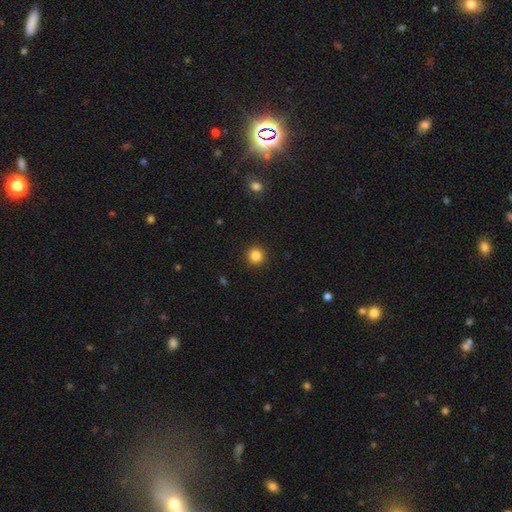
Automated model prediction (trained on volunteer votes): smooth_or_featured: smooth (p=0.84) [alt: star or artifact p=0.12]
how_rounded: round (p=0.95) [alt: in between p=0.04]
merging: none (p=0.92) [alt: minor disturbance p=0.05]